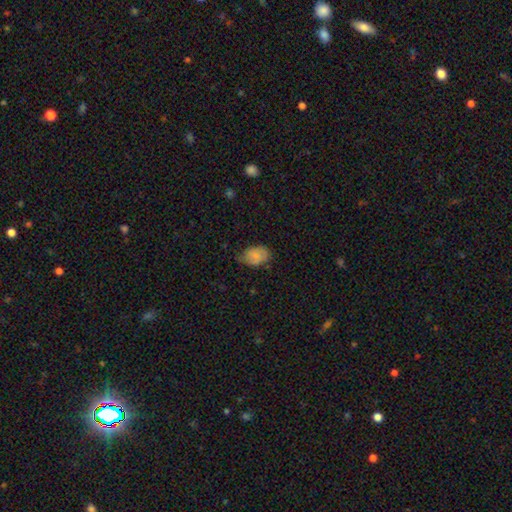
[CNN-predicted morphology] Smooth or featured? Predicted: smooth (p=0.78). How rounded? Predicted: in between (p=0.81). Merging? Predicted: none (p=0.59).